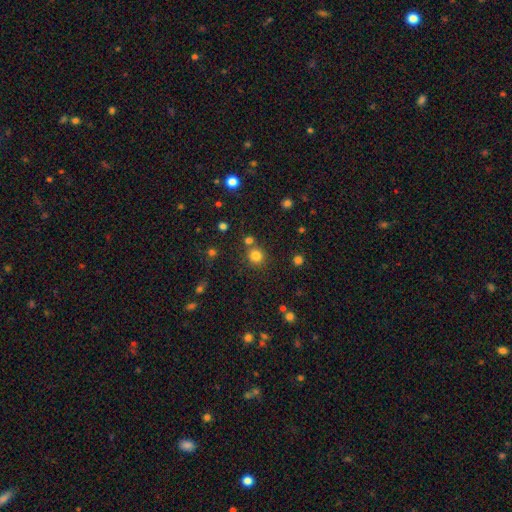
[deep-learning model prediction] smooth_or_featured: smooth (p=0.80) [alt: star or artifact p=0.15]
how_rounded: round (p=0.90) [alt: in between p=0.09]
merging: none (p=0.74) [alt: merger p=0.15]